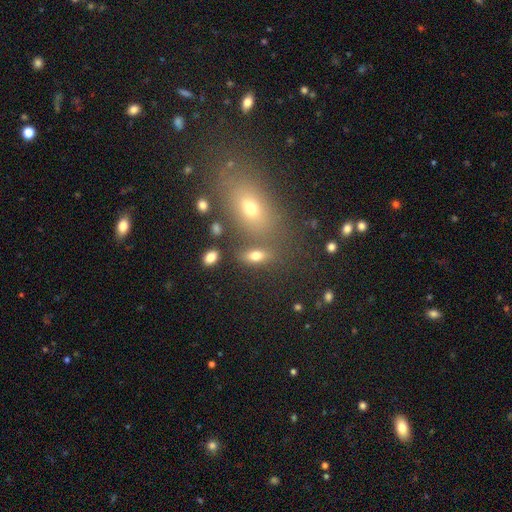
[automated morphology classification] A smooth galaxy with no disk features (72%) that is in between round and cigar-shaped (79%).

Vote fractions:
- Smooth or featured? smooth: 72% / featured or disk: 15% / star or artifact: 13%
- How rounded? in between: 79% / round: 11% / cigar-shaped: 10%
- Merging? none: 69% / merger: 13% / minor disturbance: 12% / major disturbance: 6%